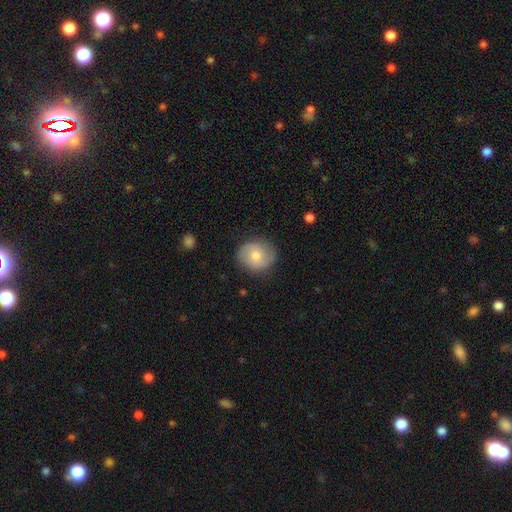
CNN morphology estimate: Smooth or featured: smooth — 59% (featured or disk — 33%)
How rounded: round — 80% (in between — 19%)
Merging: none — 84% (minor disturbance — 12%)